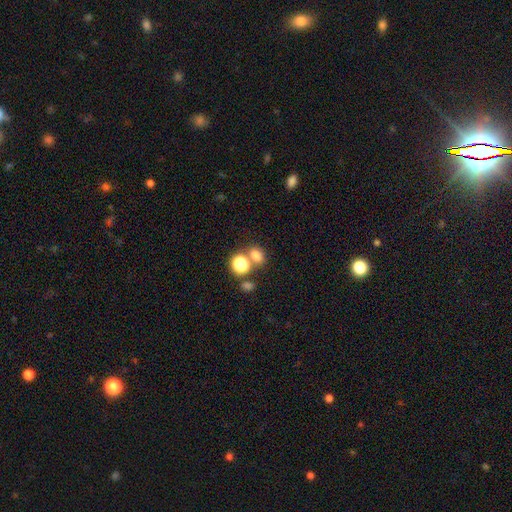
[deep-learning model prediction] Smooth or featured: smooth — 75% (star or artifact — 18%)
How rounded: round — 51% (in between — 47%)
Merging: none — 58% (merger — 28%)